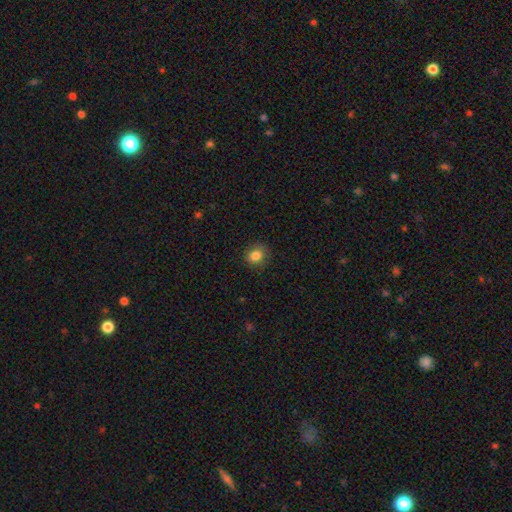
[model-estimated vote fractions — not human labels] Smooth or featured: smooth — 83% (star or artifact — 11%)
How rounded: round — 71% (in between — 28%)
Merging: none — 83% (minor disturbance — 13%)